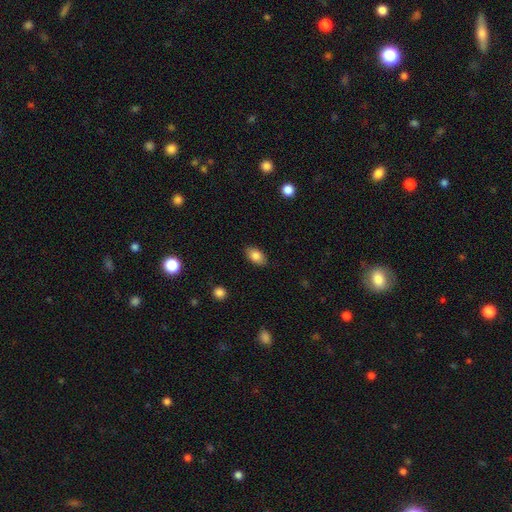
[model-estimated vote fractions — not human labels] Smooth or featured? Predicted: smooth (p=0.84). How rounded? Predicted: in between (p=0.90). Merging? Predicted: none (p=0.86).